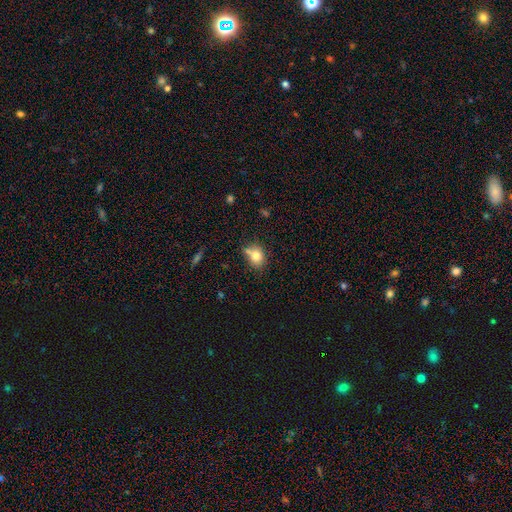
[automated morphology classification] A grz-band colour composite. It shows a smooth galaxy with no disk features (77%) that is round (54%). Merging: none (59%).